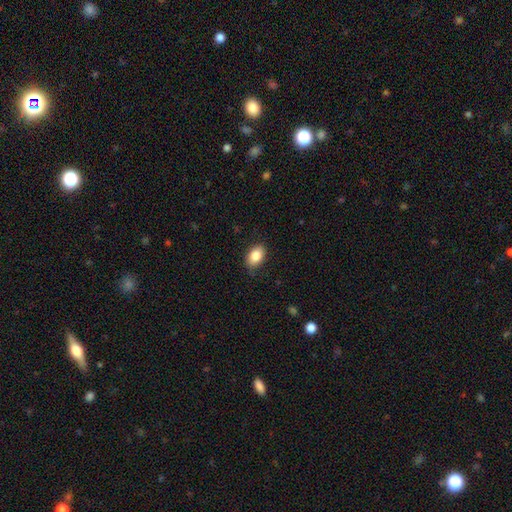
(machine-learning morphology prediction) smooth_or_featured: smooth (p=0.85) [alt: featured or disk p=0.08]
how_rounded: in between (p=0.88) [alt: round p=0.11]
merging: none (p=0.84) [alt: minor disturbance p=0.12]